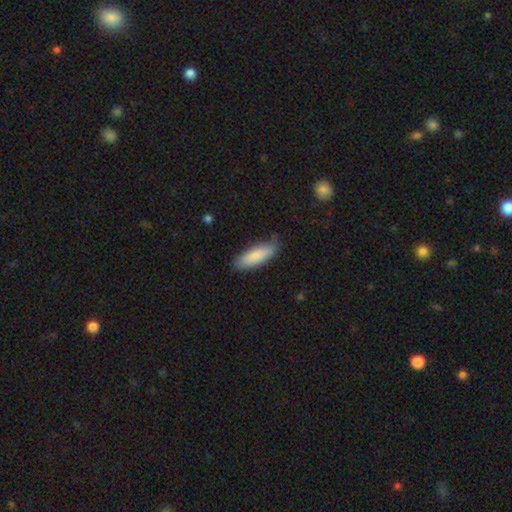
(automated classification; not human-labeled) Morphology: type=smooth (86%); roundness=in between (53%); merging=none (81%).